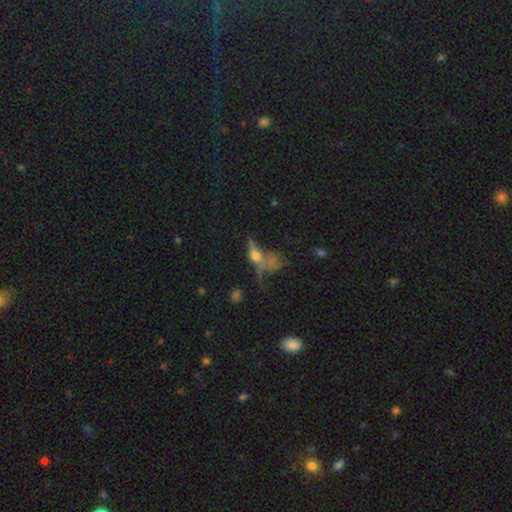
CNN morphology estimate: type=smooth (44%); merging=merger (31%).